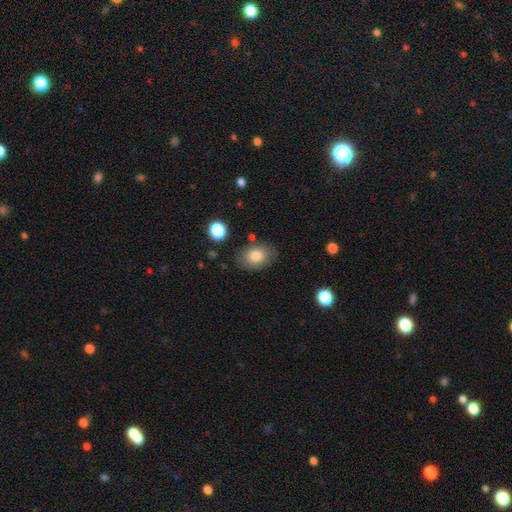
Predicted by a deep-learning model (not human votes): Smooth or featured? smooth (80%)
How rounded? in between (75%)
Merging? none (80%)